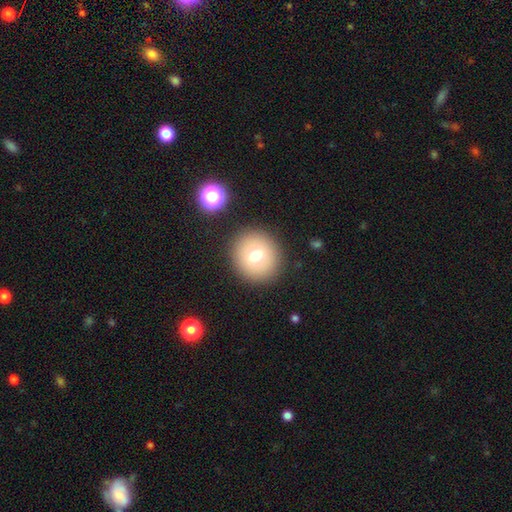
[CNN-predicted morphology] This appears to be a smooth galaxy with no disk features (71%) that is round (93%). Merging: none (89%).